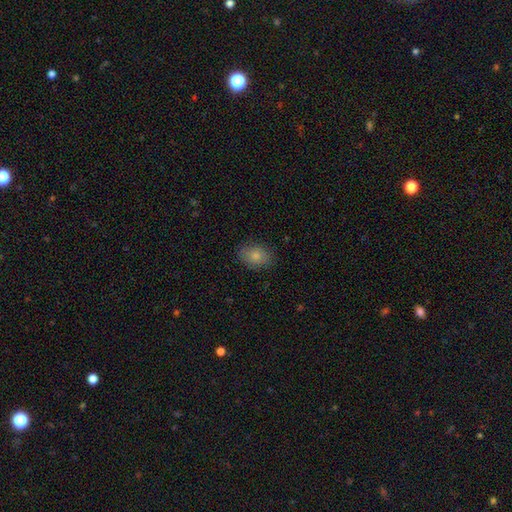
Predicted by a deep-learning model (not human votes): smooth 83%, featured or disk 9%, star or artifact 8%. Down the decision tree: how rounded — in between (74%); merging — none (83%).